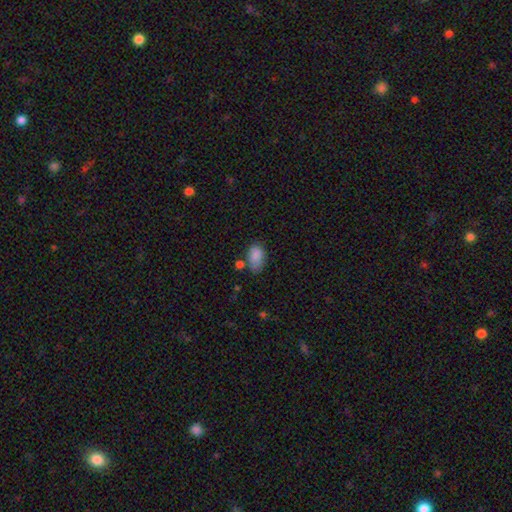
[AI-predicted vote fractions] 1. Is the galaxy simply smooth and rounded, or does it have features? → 85% smooth, 9% star or artifact, 6% featured or disk.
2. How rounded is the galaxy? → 91% in between, 7% round, 2% cigar-shaped.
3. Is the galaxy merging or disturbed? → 54% none, 26% minor disturbance, 11% merger, 8% major disturbance.